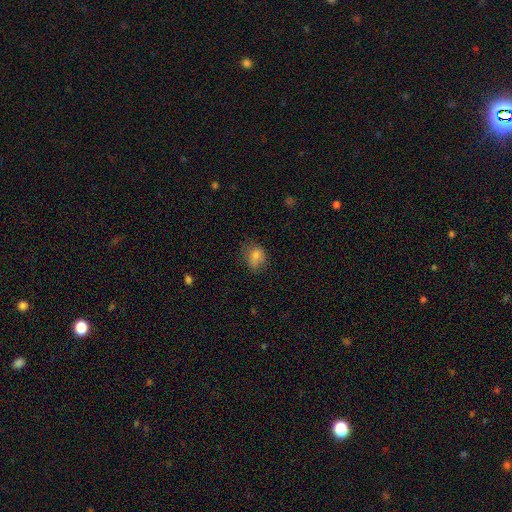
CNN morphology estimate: Smooth or featured?
  - smooth: 78% *
  - featured or disk: 12%
  - star or artifact: 11%
How rounded?
  - in between: 51% *
  - round: 48%
  - cigar-shaped: 1%
Merging?
  - none: 65% *
  - minor disturbance: 25%
  - major disturbance: 9%
  - merger: 1%